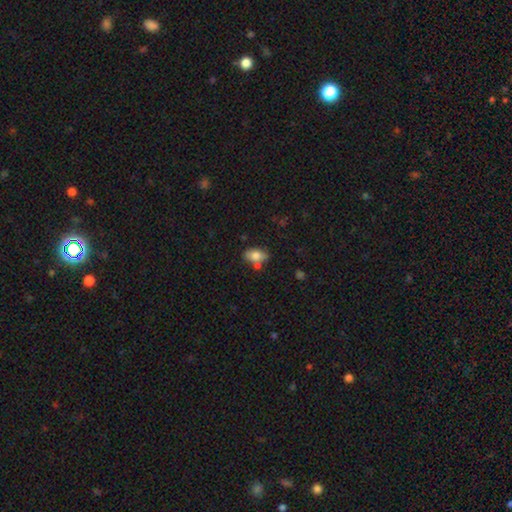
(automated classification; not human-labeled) Smooth or featured: smooth — 75% (featured or disk — 17%)
How rounded: in between — 86% (round — 11%)
Merging: none — 63% (minor disturbance — 16%)